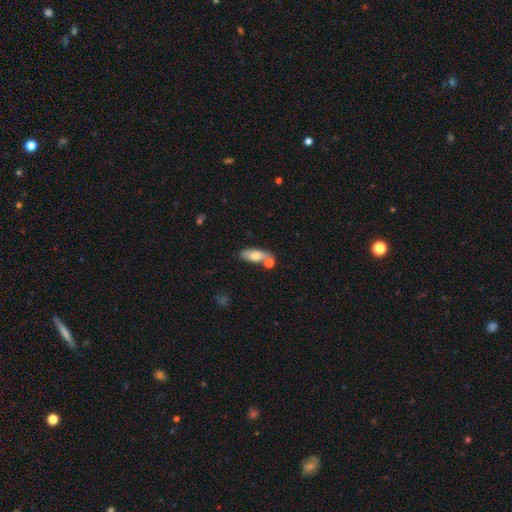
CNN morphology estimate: A smooth galaxy with no disk features (73%) that is in between round and cigar-shaped (80%). Merging: none (59%).